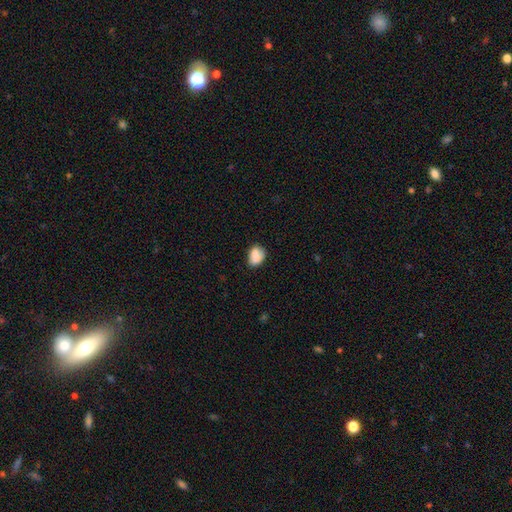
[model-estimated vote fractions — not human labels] A smooth galaxy with no disk features (81%) that is in between round and cigar-shaped (67%).

Vote fractions:
- Smooth or featured? smooth: 81% / featured or disk: 11% / star or artifact: 8%
- How rounded? in between: 67% / round: 31% / cigar-shaped: 1%
- Merging? none: 56% / minor disturbance: 24% / merger: 14% / major disturbance: 6%